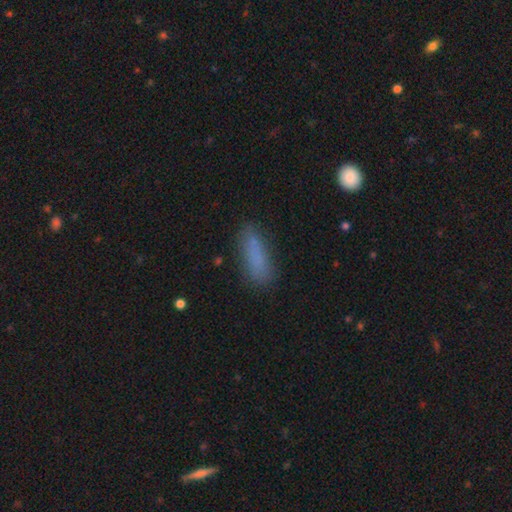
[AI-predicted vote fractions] A smooth galaxy with no disk features (80%) that is cigar-shaped (54%).

Vote fractions:
- Smooth or featured? smooth: 80% / featured or disk: 10% / star or artifact: 10%
- How rounded? cigar-shaped: 54% / in between: 43% / round: 2%
- Merging? none: 79% / minor disturbance: 15% / major disturbance: 4% / merger: 2%